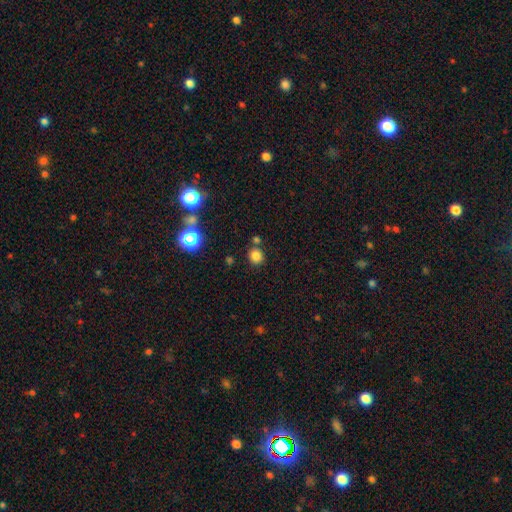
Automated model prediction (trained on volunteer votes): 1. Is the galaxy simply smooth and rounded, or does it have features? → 80% smooth, 15% star or artifact, 5% featured or disk.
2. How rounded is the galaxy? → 83% round, 16% in between, 1% cigar-shaped.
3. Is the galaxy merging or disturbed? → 77% none, 11% merger, 9% minor disturbance, 3% major disturbance.